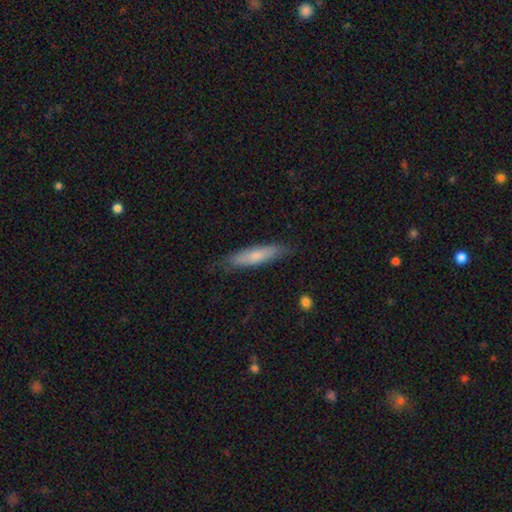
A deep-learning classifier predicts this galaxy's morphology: This appears to be a smooth galaxy with no disk features (68%) that is cigar-shaped (81%). Merging: none (79%).